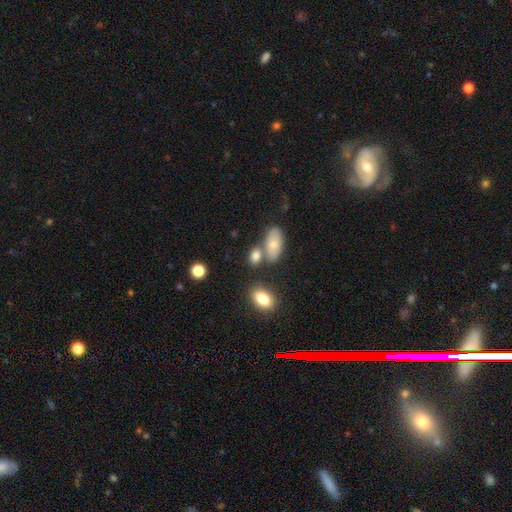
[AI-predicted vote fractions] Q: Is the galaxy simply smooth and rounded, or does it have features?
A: smooth — 79%.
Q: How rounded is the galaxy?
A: in between — 71%.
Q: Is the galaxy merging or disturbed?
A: none — 57%.